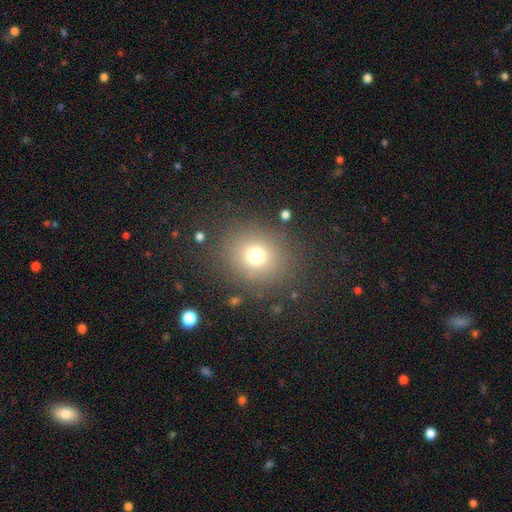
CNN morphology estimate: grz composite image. It shows a smooth galaxy with no disk features (73%) that is round (77%). Merging: none (84%).